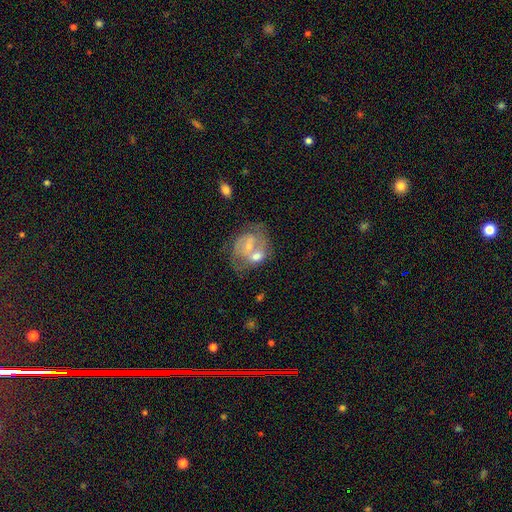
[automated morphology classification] A featured or disk galaxy (58%) with no bar (60%), spiral arms (56%) and a moderate central bulge (48%).

Vote fractions:
- Smooth or featured? featured or disk: 58% / smooth: 34% / star or artifact: 8%
- Edge-on disk? no: 97% / yes: 3%
- Bar? no: 60% / weak: 31% / strong: 9%
- Spiral arms? yes: 56% / no: 44%
- Bulge size? moderate: 48% / small: 42% / none: 5% / large: 4% / dominant: 1%
- Merging? merger: 56% / none: 23% / minor disturbance: 12% / major disturbance: 9%